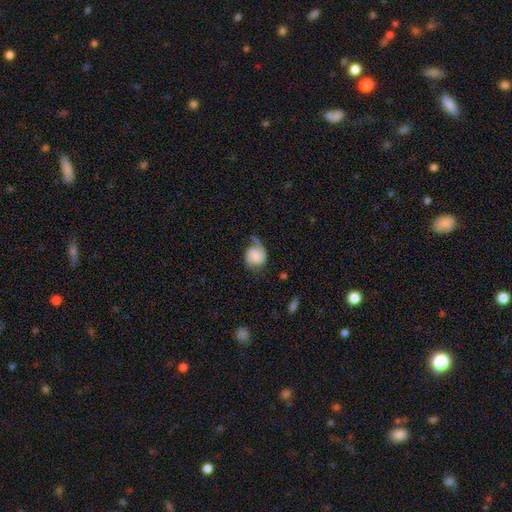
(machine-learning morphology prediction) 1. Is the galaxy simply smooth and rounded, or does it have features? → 61% featured or disk, 31% smooth, 8% star or artifact.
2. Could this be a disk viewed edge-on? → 98% no, 2% yes.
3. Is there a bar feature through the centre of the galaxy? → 65% no, 29% weak, 6% strong.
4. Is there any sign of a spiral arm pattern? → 92% yes, 8% no.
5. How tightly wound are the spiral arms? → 40% loose, 38% medium, 22% tight.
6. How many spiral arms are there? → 58% 2, 34% 1, 5% can't tell, 1% 3, 1% 4, 1% more than 4.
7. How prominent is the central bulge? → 42% none, 24% small, 14% moderate, 13% large, 7% dominant.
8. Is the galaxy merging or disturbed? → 42% none, 29% minor disturbance, 27% major disturbance, 2% merger.